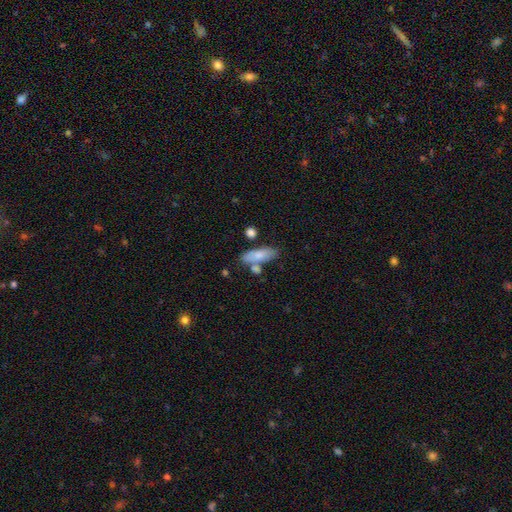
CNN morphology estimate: type=smooth (73%); roundness=in between (68%); merging=none (59%).